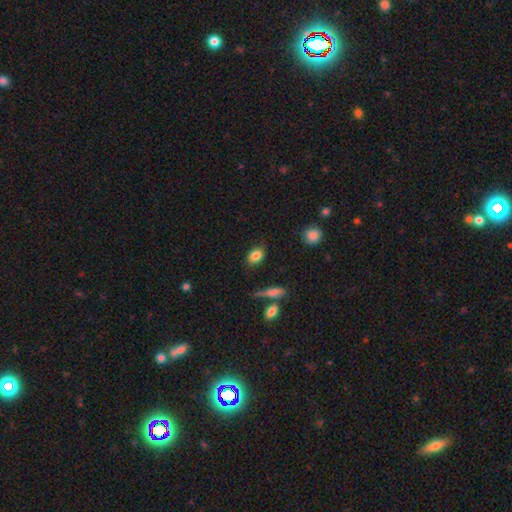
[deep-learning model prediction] Morphology: type=smooth (83%); roundness=in between (79%); merging=none (82%).